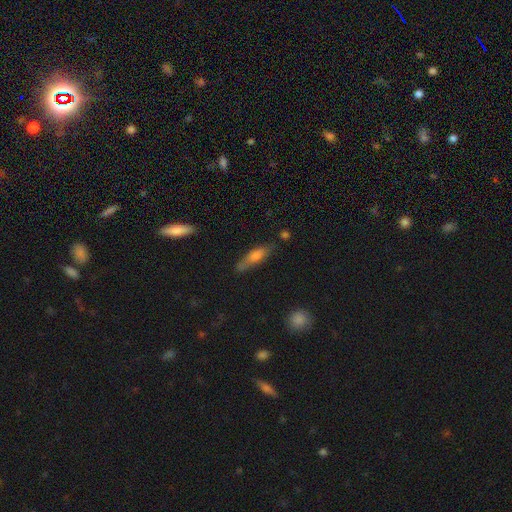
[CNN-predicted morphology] The model was most divided on "how rounded": cigar-shaped: 60%, in between: 38%, round: 3%. More confident: merging — none (71%); smooth or featured — smooth (64%).